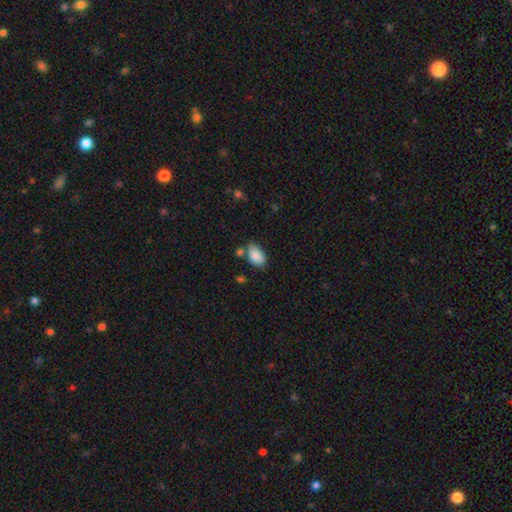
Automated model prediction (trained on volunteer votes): Morphology: type=smooth (88%); roundness=in between (91%); merging=none (60%).